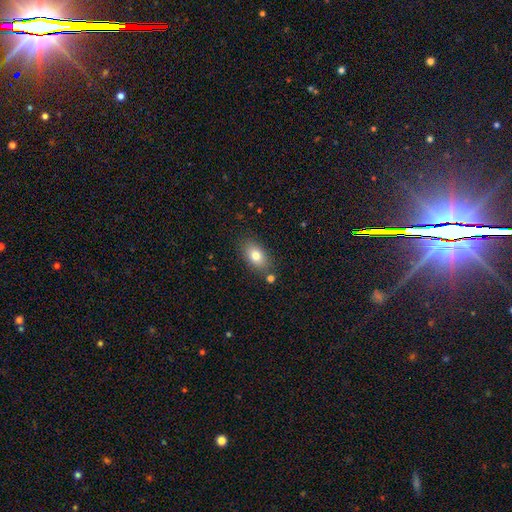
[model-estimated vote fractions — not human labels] This is likely a smooth galaxy (79%). How rounded: clearly in between (86%). Merging: likely none (80%).